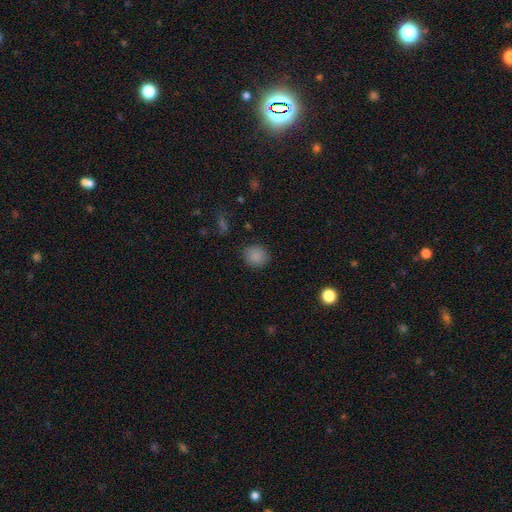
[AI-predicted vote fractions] Morphology: type=smooth (86%); roundness=round (81%); merging=none (87%).